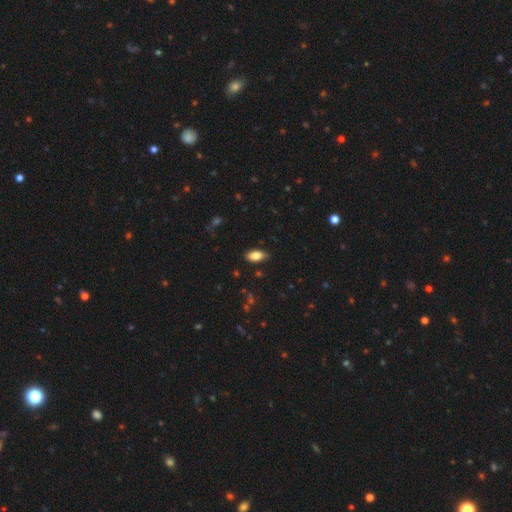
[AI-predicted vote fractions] Q: Smooth or featured?
A: smooth (85%); runner-up: star or artifact (8%)
Q: How rounded?
A: in between (92%); runner-up: cigar-shaped (5%)
Q: Merging?
A: none (84%); runner-up: minor disturbance (12%)